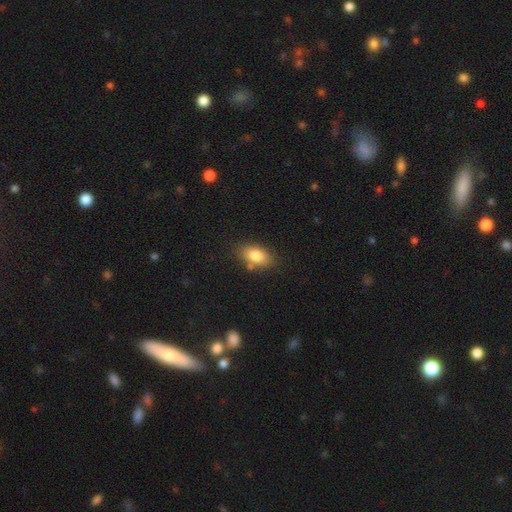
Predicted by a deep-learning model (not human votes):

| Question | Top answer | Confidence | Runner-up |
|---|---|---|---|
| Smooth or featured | smooth | 82% | featured or disk (10%) |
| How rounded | in between | 89% | round (8%) |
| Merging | none | 77% | minor disturbance (13%) |